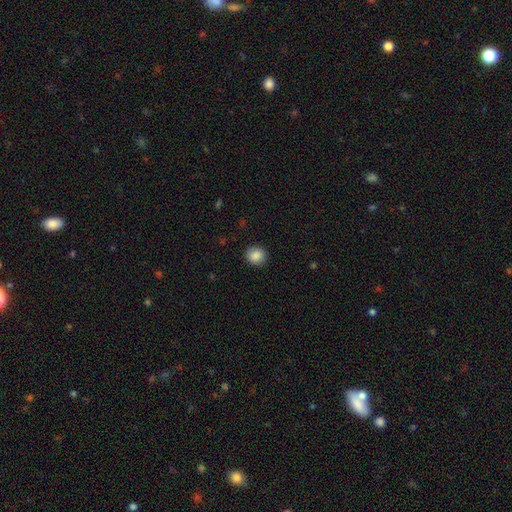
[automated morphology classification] Smooth or featured? Predicted: smooth (p=0.88). How rounded? Predicted: round (p=0.82). Merging? Predicted: none (p=0.90).